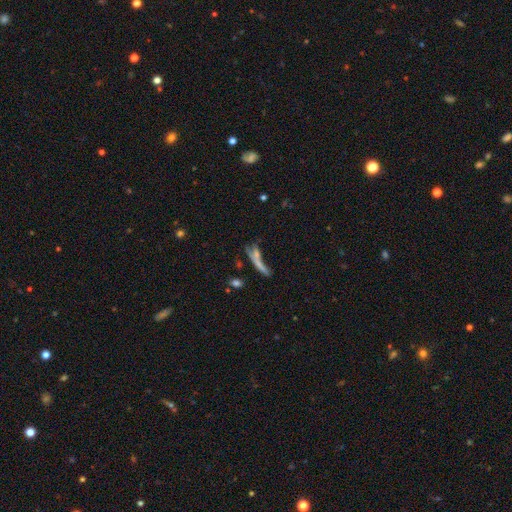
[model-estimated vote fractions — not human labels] Morphology: type=smooth (43%); merging=none (39%).